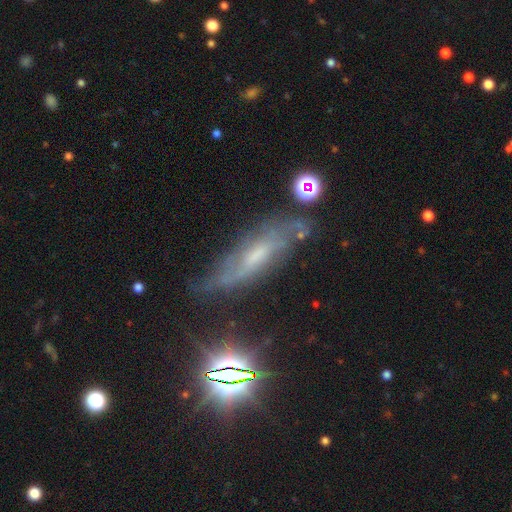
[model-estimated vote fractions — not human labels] featured or disk 62%, smooth 22%, star or artifact 17%. Down the decision tree: edge-on disk — no (64%); merging — none (58%).